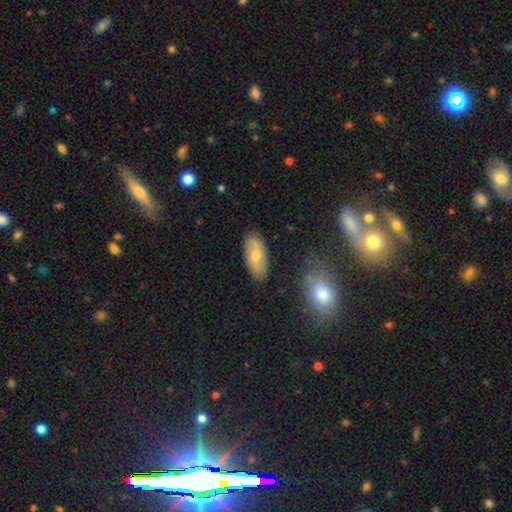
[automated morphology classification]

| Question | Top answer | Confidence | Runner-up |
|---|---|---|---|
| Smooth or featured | smooth | 58% | featured or disk (34%) |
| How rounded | in between | 88% | cigar-shaped (8%) |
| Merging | none | 84% | minor disturbance (11%) |